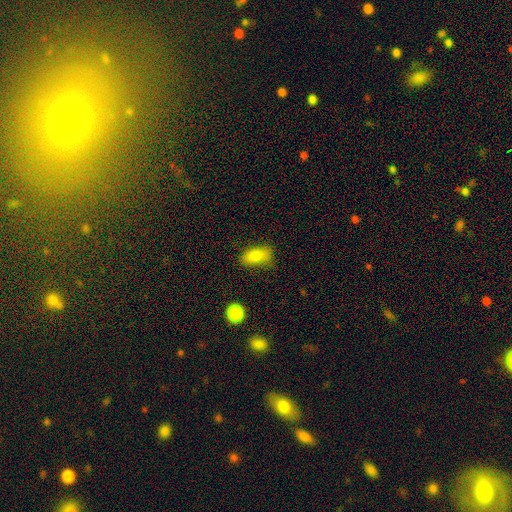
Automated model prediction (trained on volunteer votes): This is clearly a smooth galaxy (83%). How rounded: clearly in between (88%). Merging: likely none (67%).